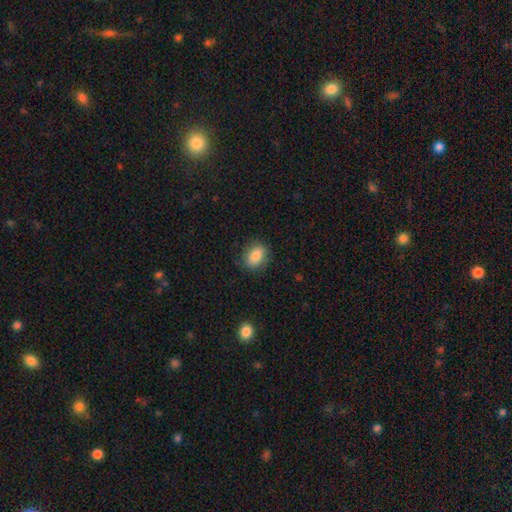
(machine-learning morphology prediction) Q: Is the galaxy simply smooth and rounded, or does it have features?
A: smooth — 84%.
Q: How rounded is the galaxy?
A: in between — 66%.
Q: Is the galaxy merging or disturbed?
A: none — 83%.